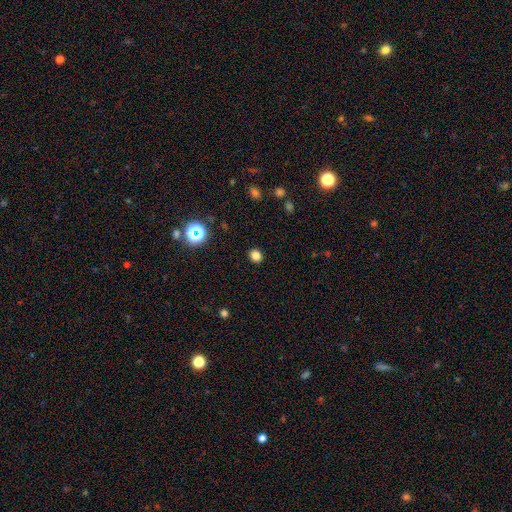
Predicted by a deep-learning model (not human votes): A smooth galaxy with no disk features (79%) that is round (74%).

Vote fractions:
- Smooth or featured? smooth: 79% / star or artifact: 17% / featured or disk: 4%
- How rounded? round: 74% / in between: 25% / cigar-shaped: 1%
- Merging? none: 90% / minor disturbance: 6% / major disturbance: 2% / merger: 1%